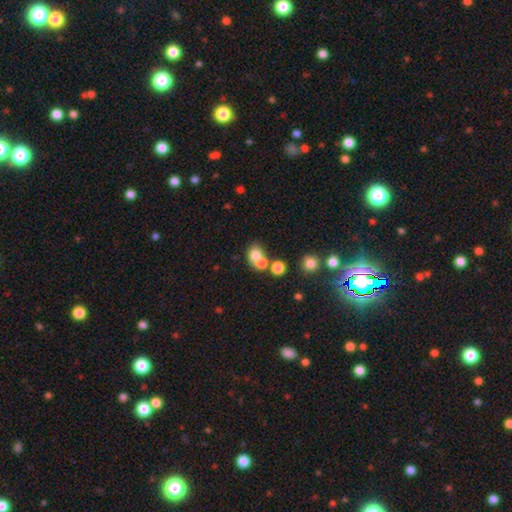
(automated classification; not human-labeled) Smooth or featured: smooth — 72% (featured or disk — 14%)
How rounded: round — 67% (in between — 32%)
Merging: merger — 49% (none — 39%)